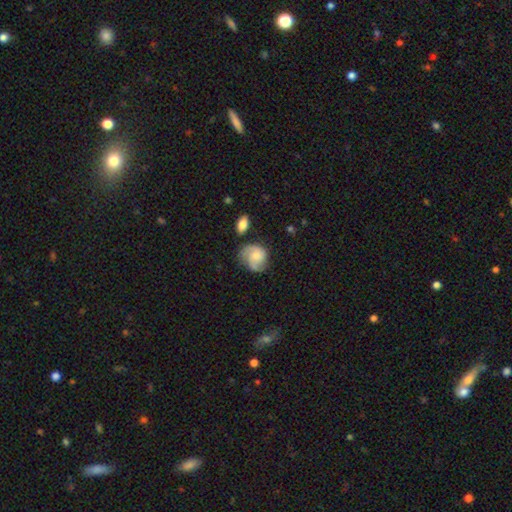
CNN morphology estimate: Smooth or featured? featured or disk (50%)
Merging? none (53%)